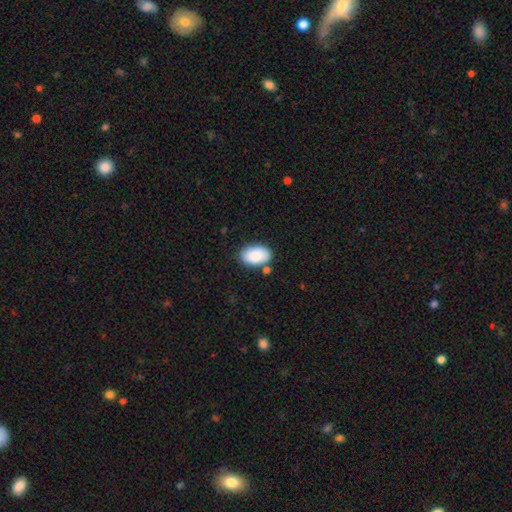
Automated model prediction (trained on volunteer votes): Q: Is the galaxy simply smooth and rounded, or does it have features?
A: smooth — 87%.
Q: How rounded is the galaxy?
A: in between — 93%.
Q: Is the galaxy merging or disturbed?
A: none — 76%.